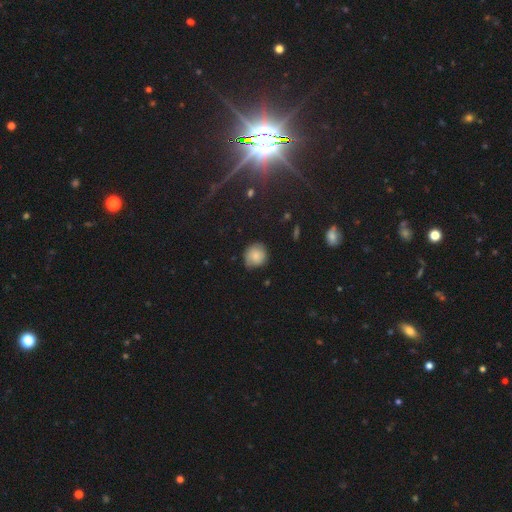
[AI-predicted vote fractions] Smooth or featured? smooth (78%)
How rounded? round (84%)
Merging? none (65%)